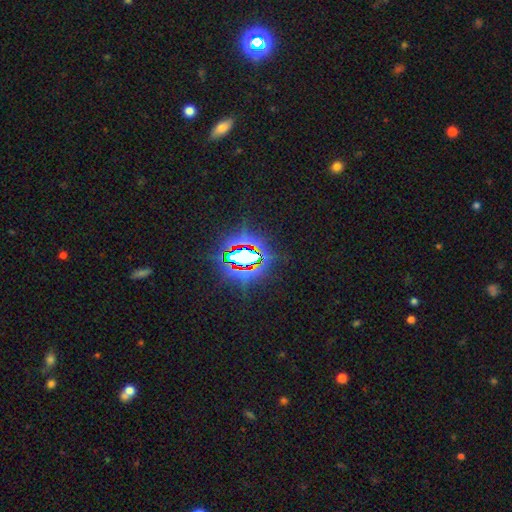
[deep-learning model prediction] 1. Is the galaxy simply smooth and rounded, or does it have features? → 80% star or artifact, 11% smooth, 9% featured or disk.